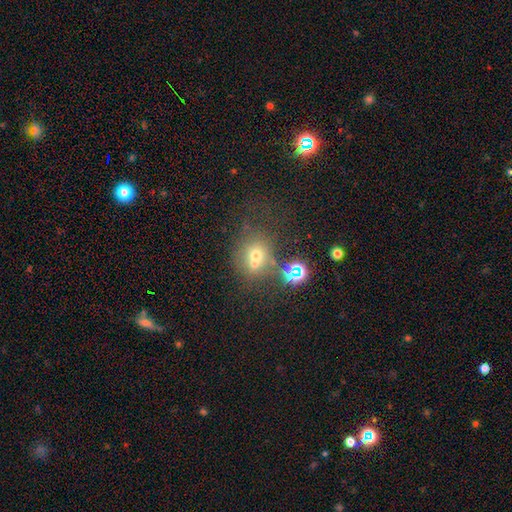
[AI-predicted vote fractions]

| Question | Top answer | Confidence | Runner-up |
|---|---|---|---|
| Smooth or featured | smooth | 57% | star or artifact (25%) |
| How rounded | round | 78% | in between (21%) |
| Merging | none | 43% | merger (40%) |